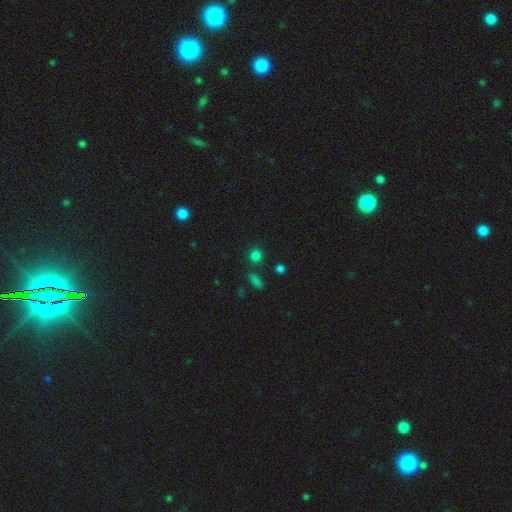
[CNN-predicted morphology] Q: Smooth or featured?
A: smooth (79%); runner-up: star or artifact (17%)
Q: How rounded?
A: round (87%); runner-up: in between (11%)
Q: Merging?
A: none (80%); runner-up: minor disturbance (9%)